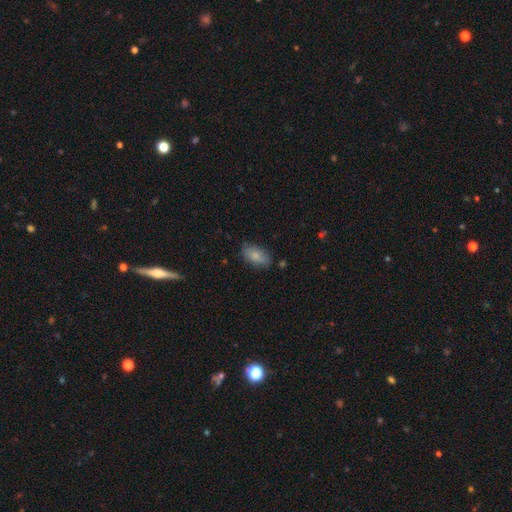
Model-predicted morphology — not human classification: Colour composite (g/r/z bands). It shows a smooth galaxy with no disk features (83%) that is in between round and cigar-shaped (91%). Merging: none (79%).